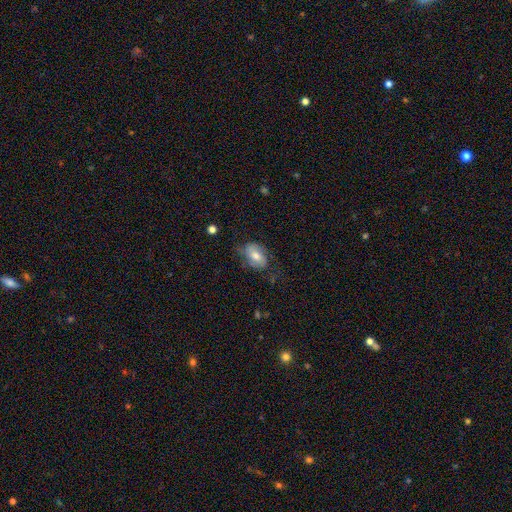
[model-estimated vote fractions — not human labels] Overall: smooth (61%; featured or disk 32%). How rounded: in between (85%). Merging: none (56%; minor disturbance 29%).